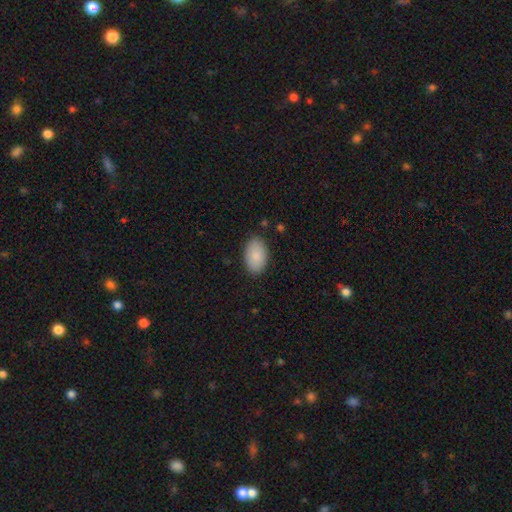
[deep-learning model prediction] Smooth or featured? Predicted: smooth (p=0.88). How rounded? Predicted: in between (p=0.93). Merging? Predicted: none (p=0.86).